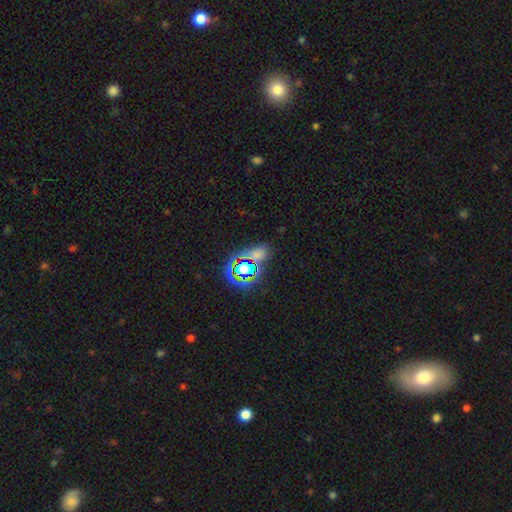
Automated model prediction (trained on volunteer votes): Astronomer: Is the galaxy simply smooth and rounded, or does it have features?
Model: star or artifact — 64%.